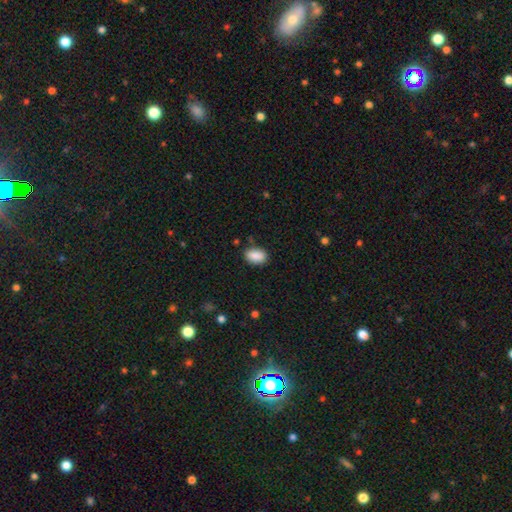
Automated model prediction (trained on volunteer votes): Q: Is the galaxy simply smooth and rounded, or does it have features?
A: smooth — 89%.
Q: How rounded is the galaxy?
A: in between — 89%.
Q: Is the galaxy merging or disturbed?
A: none — 82%.